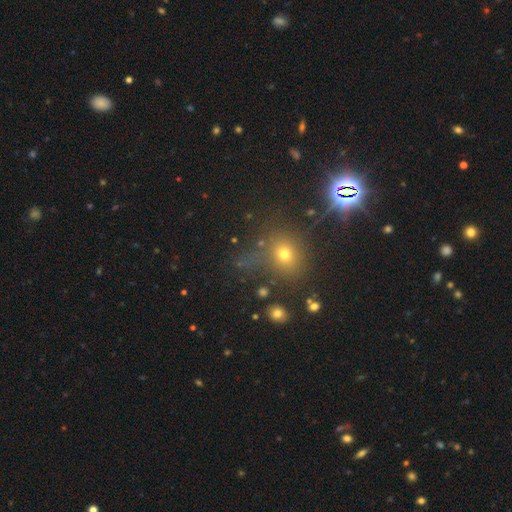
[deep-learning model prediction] Q: Smooth or featured?
A: star or artifact (47%); runner-up: smooth (43%)